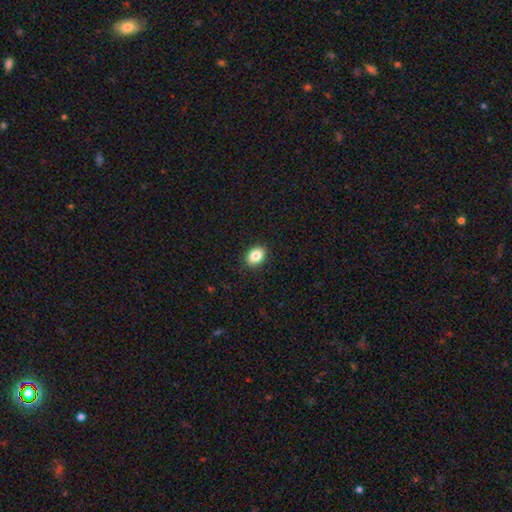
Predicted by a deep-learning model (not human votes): This is clearly a smooth galaxy (86%). How rounded: likely in between (68%). Merging: clearly none (90%).